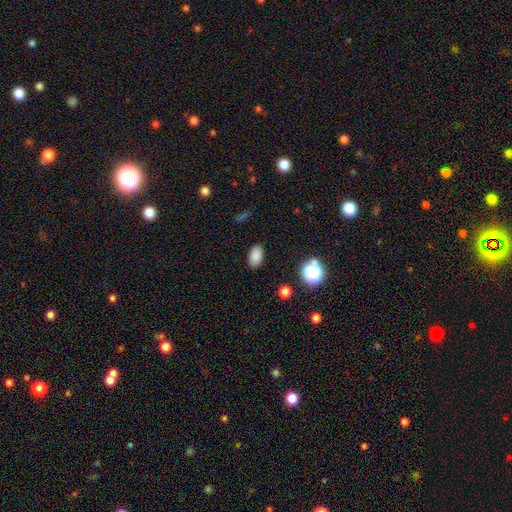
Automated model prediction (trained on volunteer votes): This is clearly a smooth galaxy (85%). How rounded: clearly in between (89%). Merging: clearly none (87%).